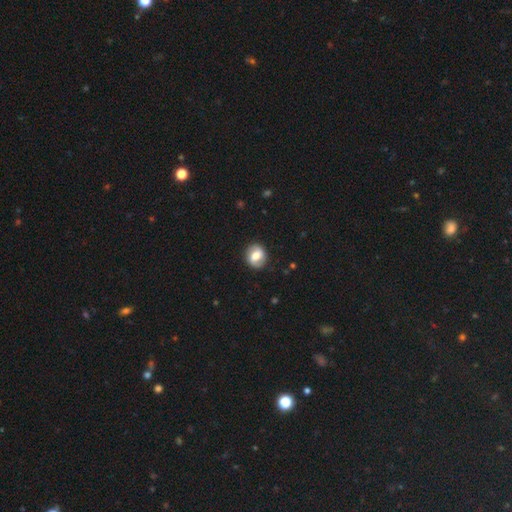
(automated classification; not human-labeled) Smooth or featured: smooth — 53% (featured or disk — 40%)
How rounded: round — 67% (in between — 32%)
Merging: none — 86% (minor disturbance — 10%)